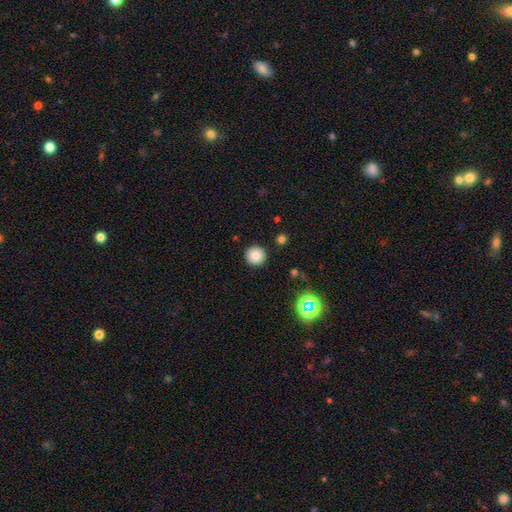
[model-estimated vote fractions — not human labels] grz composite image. It shows a smooth galaxy with no disk features (82%) that is round (96%). Merging: none (92%).